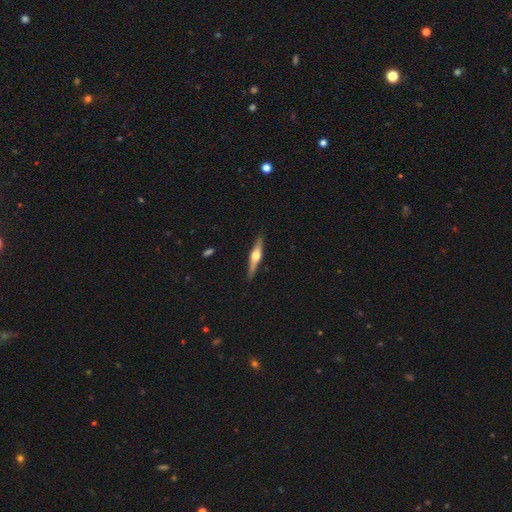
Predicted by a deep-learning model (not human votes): Smooth or featured? Predicted: featured or disk (p=0.68). Edge-on disk? Predicted: yes (p=0.97). Edge-on bulge? Predicted: rounded (p=0.93). Merging? Predicted: none (p=0.89).